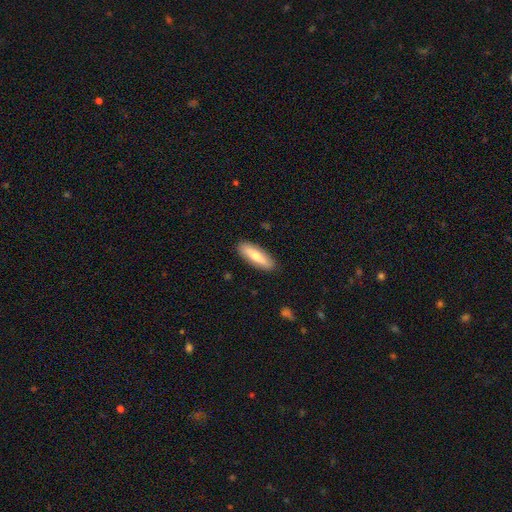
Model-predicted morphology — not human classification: Smooth or featured?
  - smooth: 67% *
  - featured or disk: 27%
  - star or artifact: 6%
How rounded?
  - cigar-shaped: 52% *
  - in between: 46%
  - round: 2%
Merging?
  - none: 88% *
  - minor disturbance: 9%
  - major disturbance: 2%
  - merger: 1%